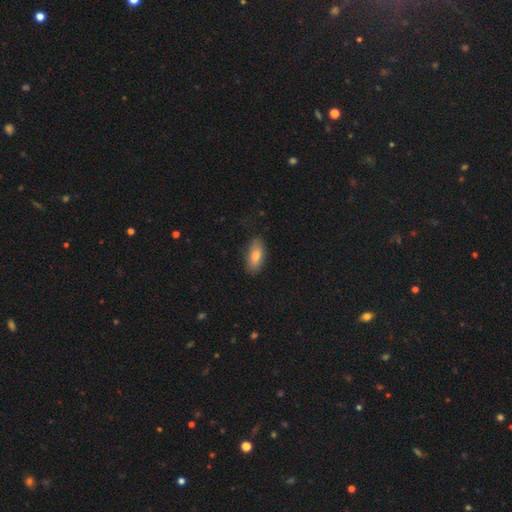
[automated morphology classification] smooth-or-featured: smooth: 78% | featured or disk: 15% | star or artifact: 7%
  how-rounded: in between: 85% | cigar-shaped: 12% | round: 3%
  merging: none: 84% | minor disturbance: 13% | major disturbance: 3% | merger: 1%